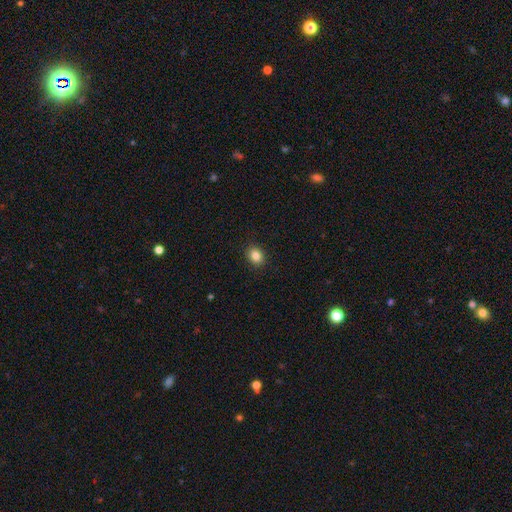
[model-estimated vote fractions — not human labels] smooth-or-featured: smooth: 85% | star or artifact: 10% | featured or disk: 5%
  how-rounded: round: 53% | in between: 46% | cigar-shaped: 1%
  merging: none: 90% | minor disturbance: 7% | major disturbance: 2% | merger: 1%